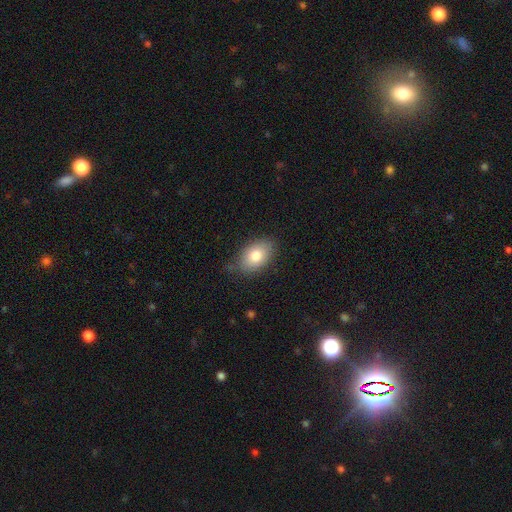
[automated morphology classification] type=smooth (79%); roundness=in between (87%); merging=none (77%).